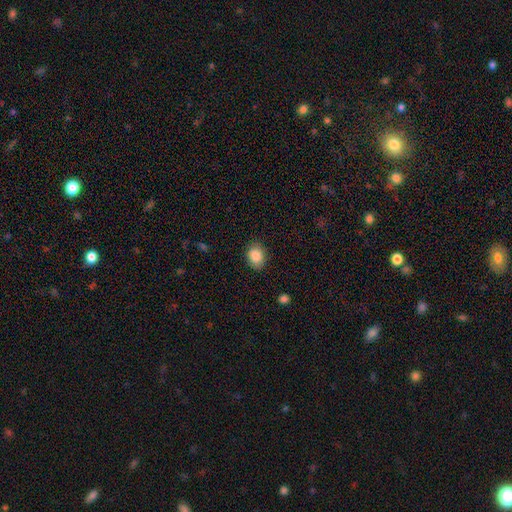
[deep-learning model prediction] The model was most divided on "how rounded": in between: 61%, round: 39%, cigar-shaped: 1%. More confident: smooth or featured — smooth (87%); merging — none (81%).